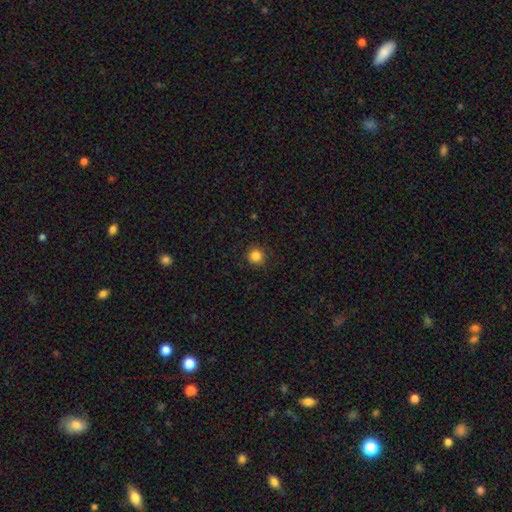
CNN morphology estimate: The model was most divided on "smooth or featured": smooth: 84%, star or artifact: 12%, featured or disk: 4%. More confident: how rounded — round (95%); merging — none (90%).